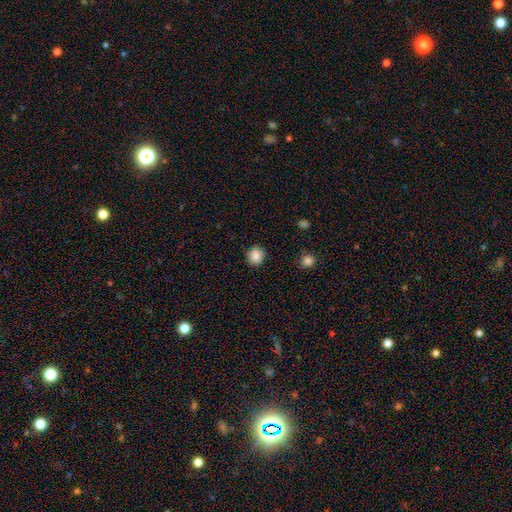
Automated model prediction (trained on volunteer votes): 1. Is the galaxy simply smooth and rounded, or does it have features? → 86% smooth, 10% star or artifact, 4% featured or disk.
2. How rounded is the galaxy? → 89% round, 11% in between, 1% cigar-shaped.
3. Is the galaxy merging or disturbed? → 87% none, 9% minor disturbance, 2% major disturbance, 1% merger.